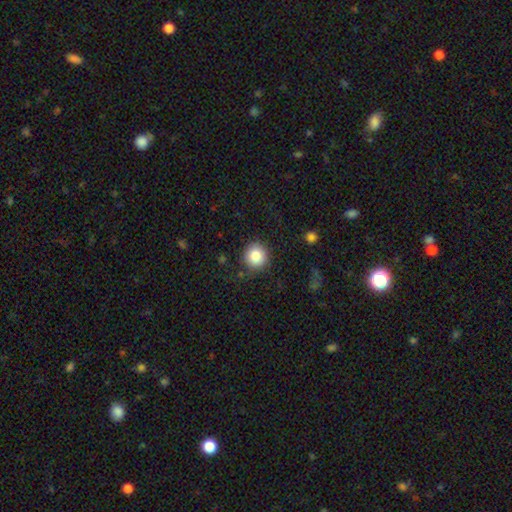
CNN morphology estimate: Q: Smooth or featured?
A: smooth (85%); runner-up: star or artifact (10%)
Q: How rounded?
A: round (93%); runner-up: in between (6%)
Q: Merging?
A: none (88%); runner-up: minor disturbance (8%)